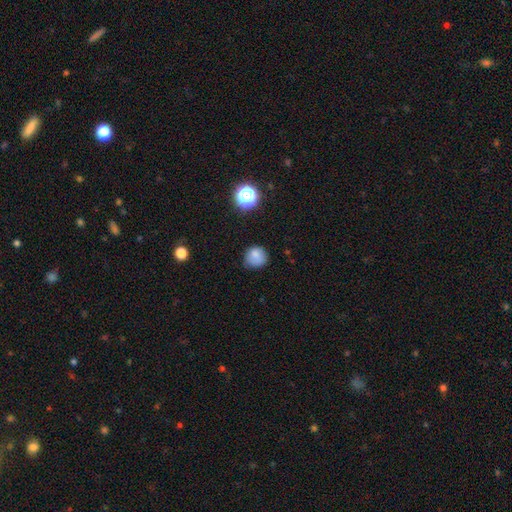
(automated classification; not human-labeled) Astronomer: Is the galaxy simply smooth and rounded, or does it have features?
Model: smooth — 80%.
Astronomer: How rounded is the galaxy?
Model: round — 85%.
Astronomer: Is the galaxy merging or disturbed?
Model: none — 69%.